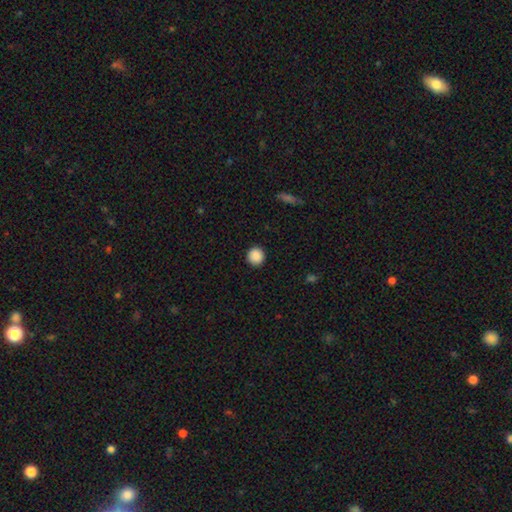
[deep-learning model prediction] A smooth galaxy with no disk features (89%) that is round (92%). Merging: none (92%).